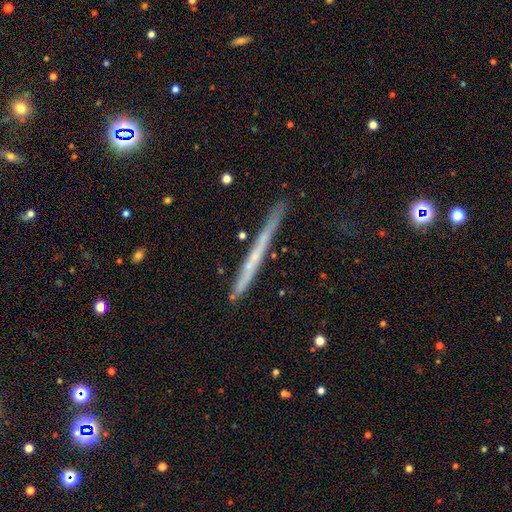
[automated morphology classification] smooth_or_featured: featured or disk (p=0.55) [alt: smooth p=0.35]
disk_edge_on: yes (p=0.97) [alt: no p=0.03]
edge_on_bulge: none (p=0.88) [alt: rounded p=0.09]
merging: none (p=0.87) [alt: minor disturbance p=0.10]